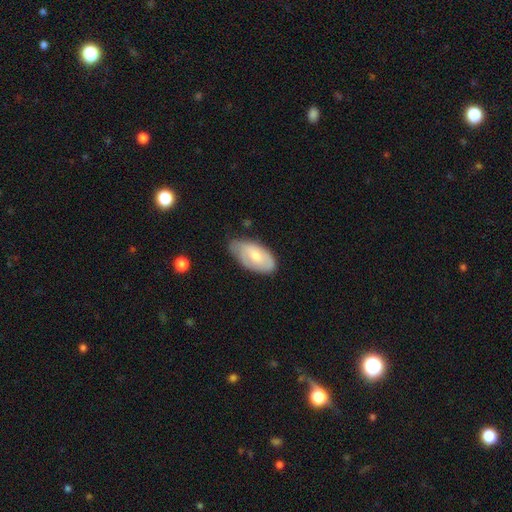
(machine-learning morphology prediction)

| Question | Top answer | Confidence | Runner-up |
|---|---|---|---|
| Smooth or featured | smooth | 56% | featured or disk (38%) |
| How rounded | in between | 93% | cigar-shaped (4%) |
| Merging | none | 52% | minor disturbance (38%) |